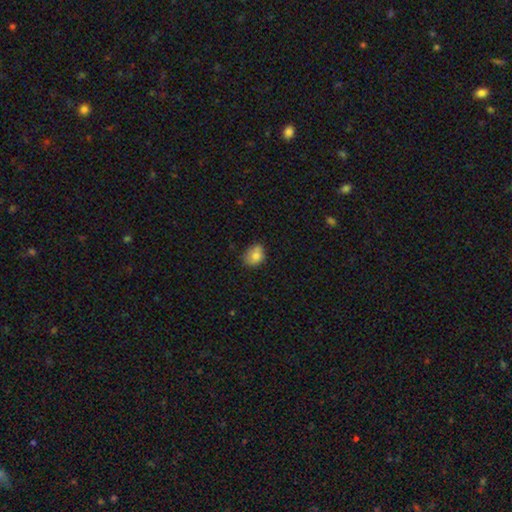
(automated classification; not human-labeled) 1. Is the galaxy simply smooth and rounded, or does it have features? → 80% smooth, 10% featured or disk, 10% star or artifact.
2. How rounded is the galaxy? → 59% in between, 40% round, 1% cigar-shaped.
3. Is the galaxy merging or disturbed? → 58% none, 32% minor disturbance, 6% major disturbance, 4% merger.